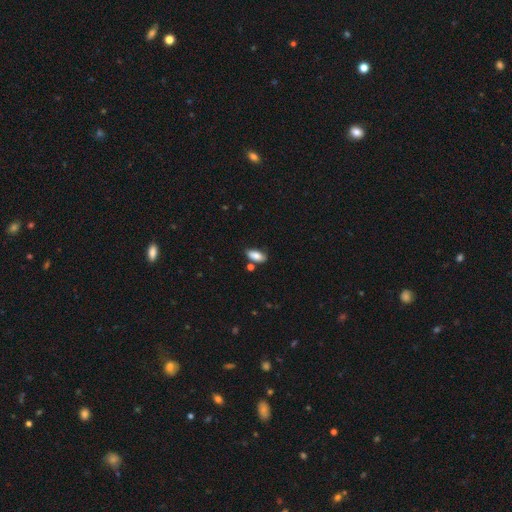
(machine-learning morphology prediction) Overall: smooth (83%). How rounded: in between (89%). Merging: none (69%).